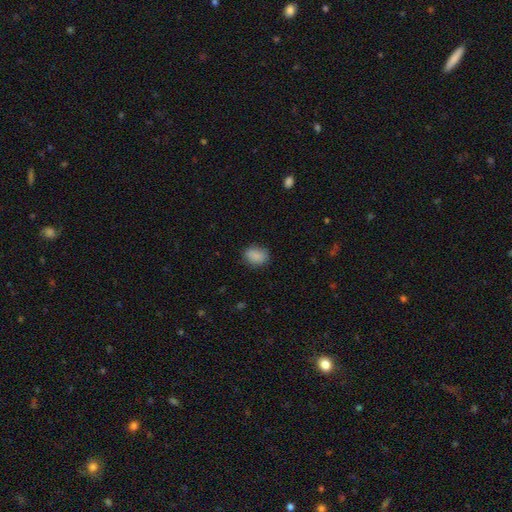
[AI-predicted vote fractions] A smooth galaxy with no disk features (88%) that is in between round and cigar-shaped (58%).

Vote fractions:
- Smooth or featured? smooth: 88% / star or artifact: 8% / featured or disk: 4%
- How rounded? in between: 58% / round: 41% / cigar-shaped: 1%
- Merging? none: 81% / minor disturbance: 14% / major disturbance: 3% / merger: 1%